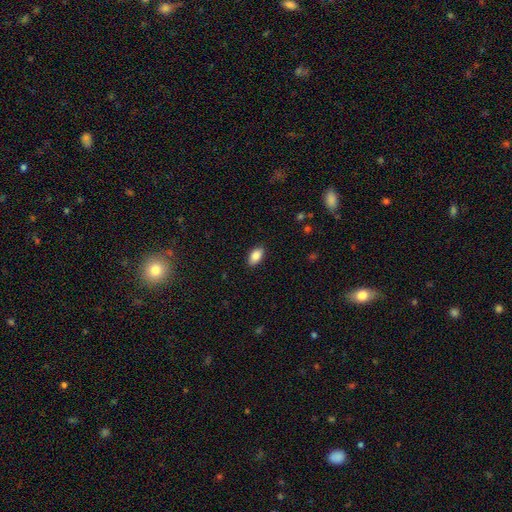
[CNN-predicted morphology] Overall: smooth (87%). How rounded: in between (93%). Merging: none (88%).